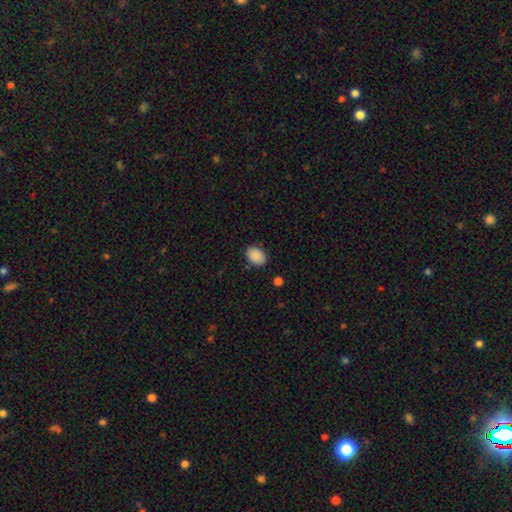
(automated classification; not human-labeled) smooth-or-featured: smooth: 89% | star or artifact: 8% | featured or disk: 3%
  how-rounded: in between: 77% | round: 22% | cigar-shaped: 1%
  merging: none: 83% | minor disturbance: 12% | major disturbance: 3% | merger: 2%